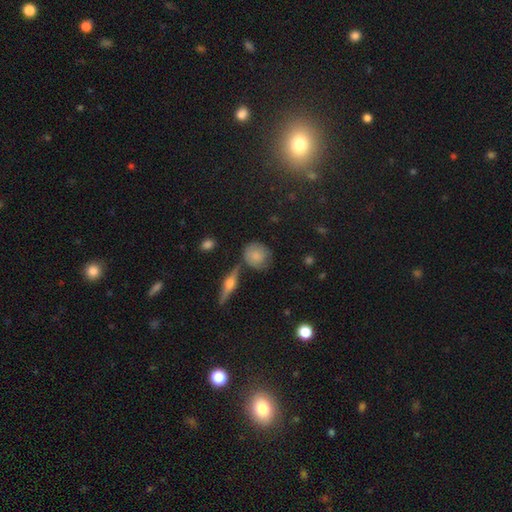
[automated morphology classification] A smooth galaxy with no disk features (73%) that is round (79%).

Vote fractions:
- Smooth or featured? smooth: 73% / featured or disk: 18% / star or artifact: 9%
- How rounded? round: 79% / in between: 19% / cigar-shaped: 3%
- Merging? none: 68% / minor disturbance: 20% / merger: 7% / major disturbance: 5%